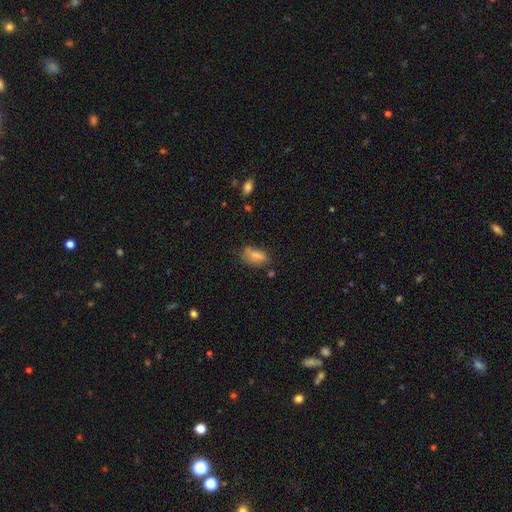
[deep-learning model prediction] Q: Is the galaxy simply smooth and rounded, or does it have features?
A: smooth — 74%.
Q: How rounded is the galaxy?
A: in between — 82%.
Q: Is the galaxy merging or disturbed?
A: none — 60%.